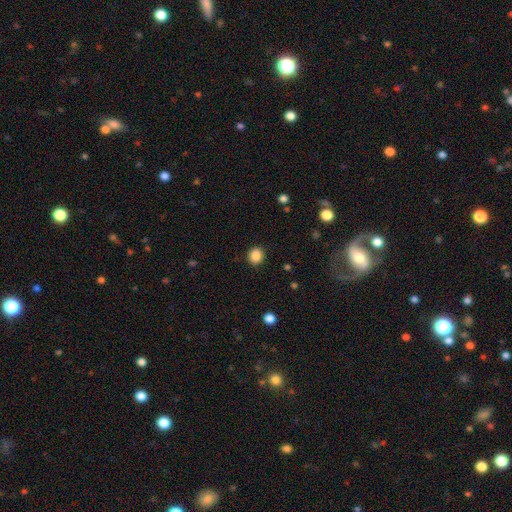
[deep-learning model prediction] Morphology: type=smooth (87%); roundness=round (82%); merging=none (91%).